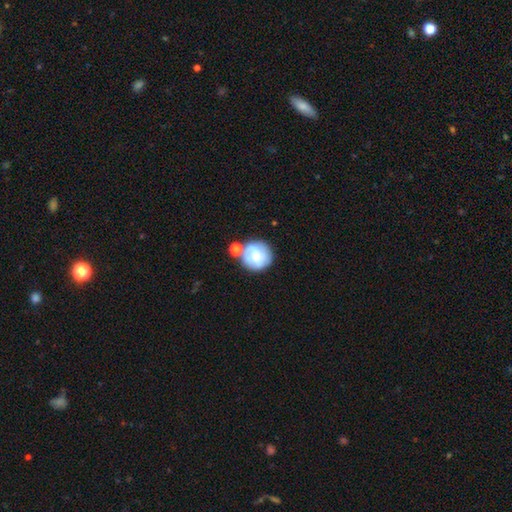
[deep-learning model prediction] smooth_or_featured: smooth (p=0.56) [alt: featured or disk p=0.36]
how_rounded: round (p=0.90) [alt: in between p=0.09]
merging: none (p=0.60) [alt: merger p=0.18]